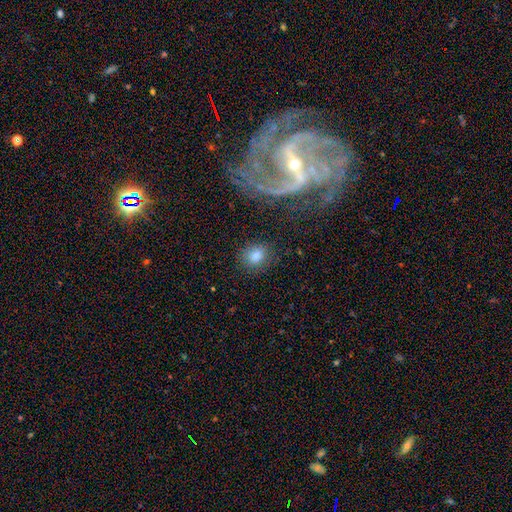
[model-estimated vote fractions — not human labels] smooth-or-featured: smooth: 69% | featured or disk: 20% | star or artifact: 11%
  how-rounded: round: 60% | in between: 38% | cigar-shaped: 2%
  merging: none: 79% | minor disturbance: 12% | major disturbance: 6% | merger: 3%